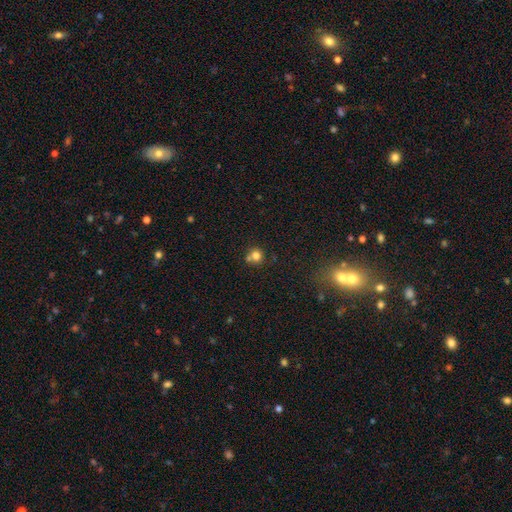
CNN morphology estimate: A smooth galaxy with no disk features (77%) that is round (86%).

Vote fractions:
- Smooth or featured? smooth: 77% / star or artifact: 13% / featured or disk: 10%
- How rounded? round: 86% / in between: 13% / cigar-shaped: 1%
- Merging? none: 54% / merger: 32% / minor disturbance: 10% / major disturbance: 4%